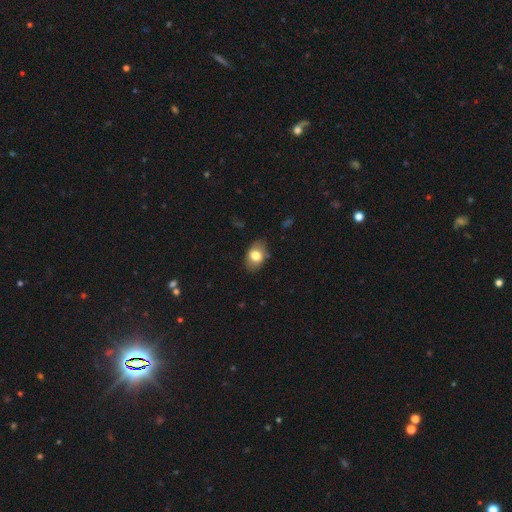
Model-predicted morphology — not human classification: smooth 76%, featured or disk 16%, star or artifact 8%. Down the decision tree: how rounded — in between (81%); merging — none (81%).